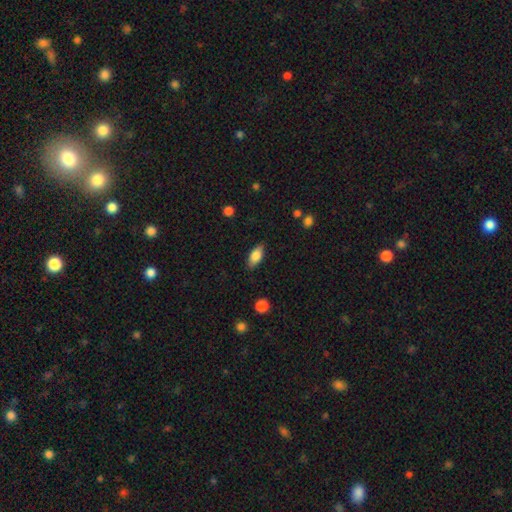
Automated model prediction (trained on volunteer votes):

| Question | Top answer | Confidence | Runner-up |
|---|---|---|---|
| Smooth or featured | smooth | 80% | featured or disk (12%) |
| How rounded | in between | 87% | cigar-shaped (10%) |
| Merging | none | 84% | minor disturbance (12%) |